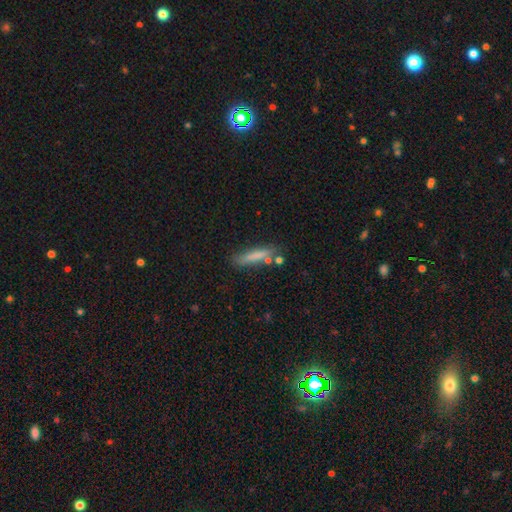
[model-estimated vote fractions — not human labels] This is likely a smooth galaxy (76%). How rounded: clearly cigar-shaped (86%). Merging: likely none (72%).